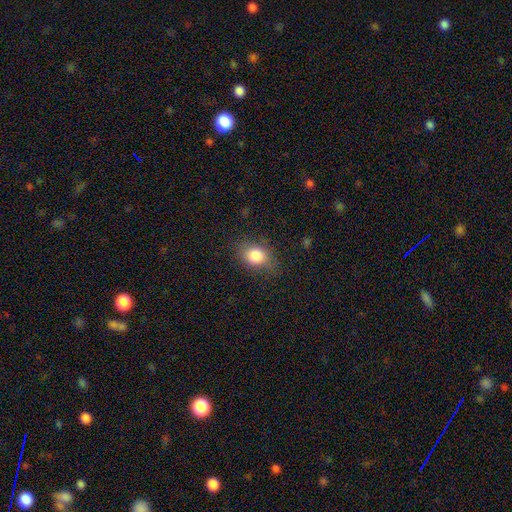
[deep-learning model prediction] A smooth galaxy with no disk features (82%) that is in between round and cigar-shaped (59%). Merging: none (73%).